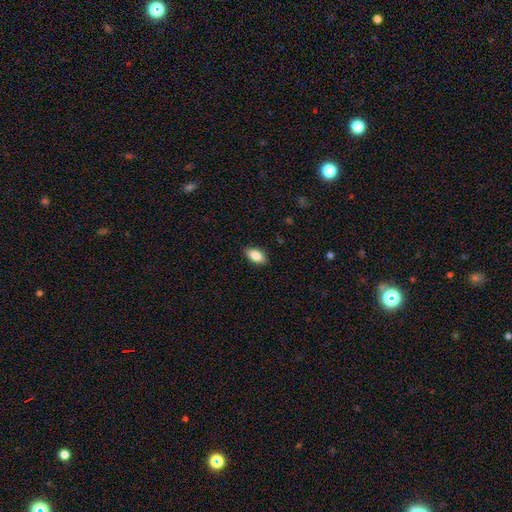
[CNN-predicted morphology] This appears to be a smooth galaxy with no disk features (83%) that is in between round and cigar-shaped (90%). Merging: none (88%).